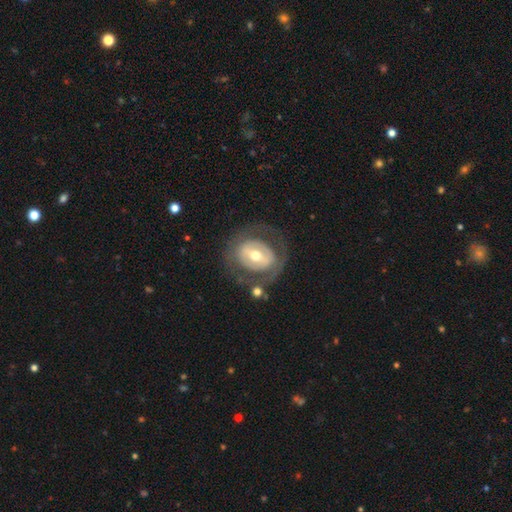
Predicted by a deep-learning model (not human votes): Smooth or featured: featured or disk — 68% (smooth — 27%)
Edge-on disk: no — 95% (yes — 5%)
Bar: weak — 35% (strong — 34%)
Spiral arms: no — 62% (yes — 38%)
Bulge size: moderate — 69% (small — 22%)
Merging: none — 66% (minor disturbance — 15%)